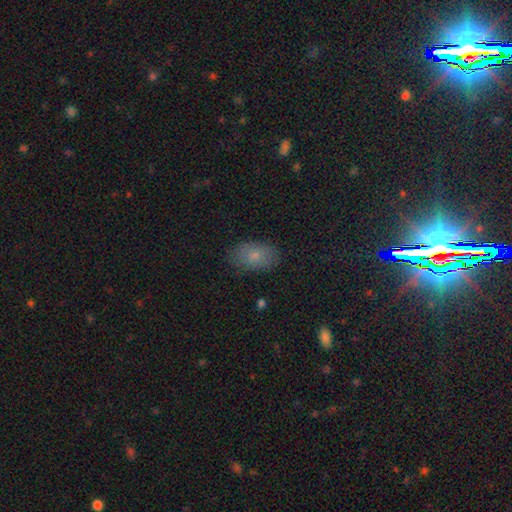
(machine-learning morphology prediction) smooth-or-featured: smooth: 79% | featured or disk: 12% | star or artifact: 9%
  how-rounded: in between: 91% | round: 7% | cigar-shaped: 1%
  merging: none: 80% | minor disturbance: 15% | major disturbance: 3% | merger: 1%